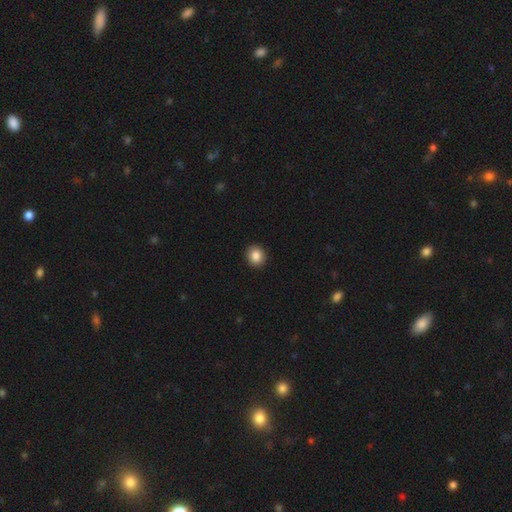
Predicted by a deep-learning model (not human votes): Smooth or featured? Predicted: smooth (p=0.86). How rounded? Predicted: round (p=0.80). Merging? Predicted: none (p=0.92).